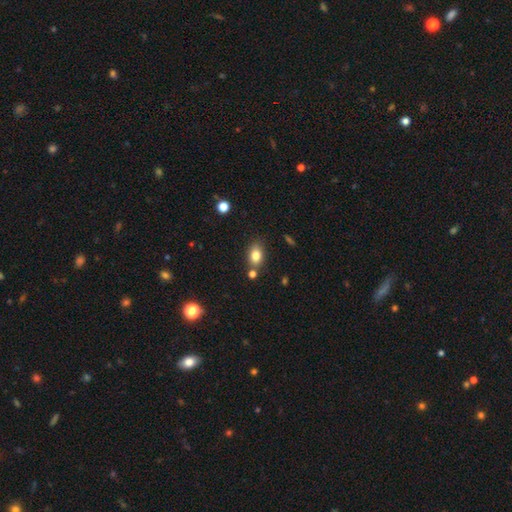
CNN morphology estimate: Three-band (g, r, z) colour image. It shows a smooth galaxy with no disk features (81%) that is in between round and cigar-shaped (77%). Merging: none (73%).